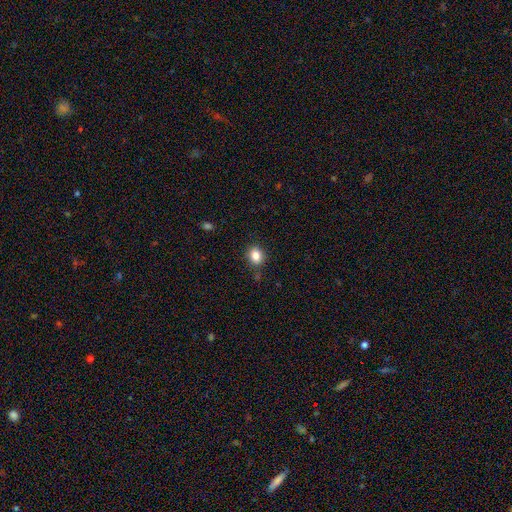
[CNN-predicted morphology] type=smooth (84%); roundness=round (53%); merging=none (84%).